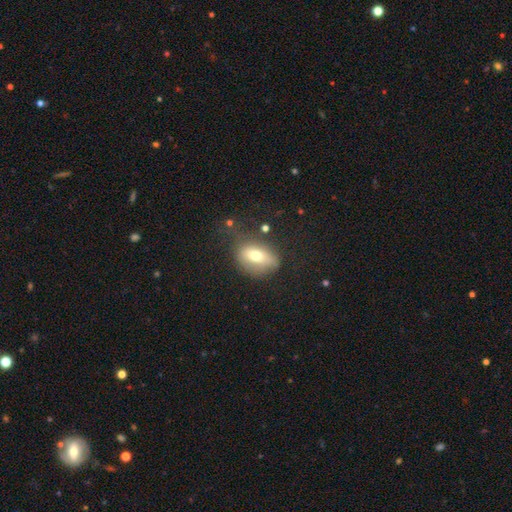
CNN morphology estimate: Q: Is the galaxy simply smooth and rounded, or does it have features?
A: smooth — 66%.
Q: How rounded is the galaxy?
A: in between — 78%.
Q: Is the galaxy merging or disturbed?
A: none — 55%.